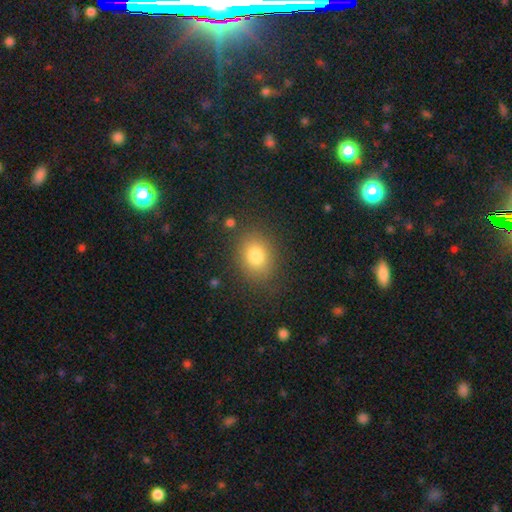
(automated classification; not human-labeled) This is clearly a smooth galaxy (80%). How rounded: possibly in between (53%). Merging: clearly none (84%).